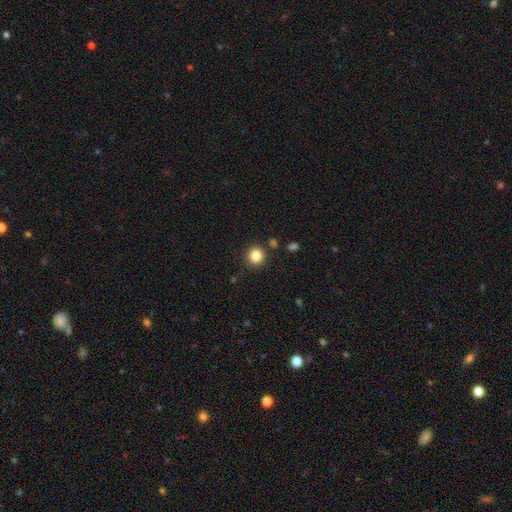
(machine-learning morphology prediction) Smooth or featured? smooth (85%)
How rounded? round (91%)
Merging? none (88%)